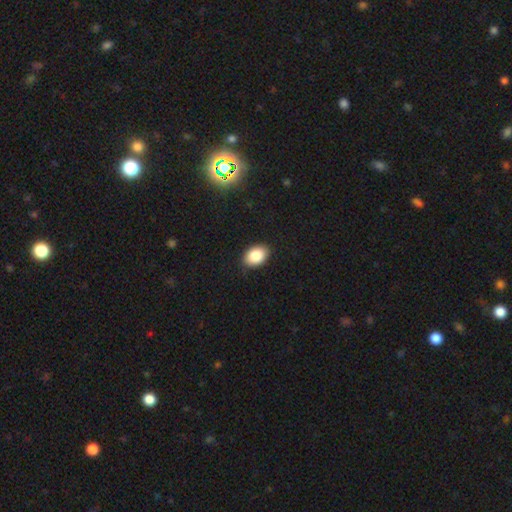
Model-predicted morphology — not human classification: This appears to be a smooth galaxy with no disk features (87%) that is in between round and cigar-shaped (83%). Merging: none (88%).